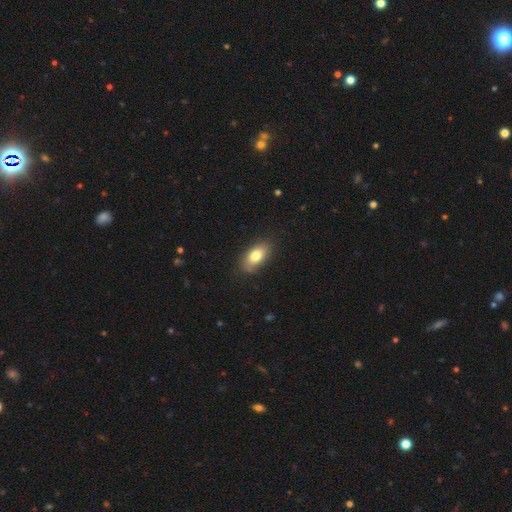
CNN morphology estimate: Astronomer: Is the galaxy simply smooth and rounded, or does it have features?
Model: smooth — 78%.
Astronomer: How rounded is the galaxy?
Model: in between — 89%.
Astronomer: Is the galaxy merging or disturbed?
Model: none — 82%.